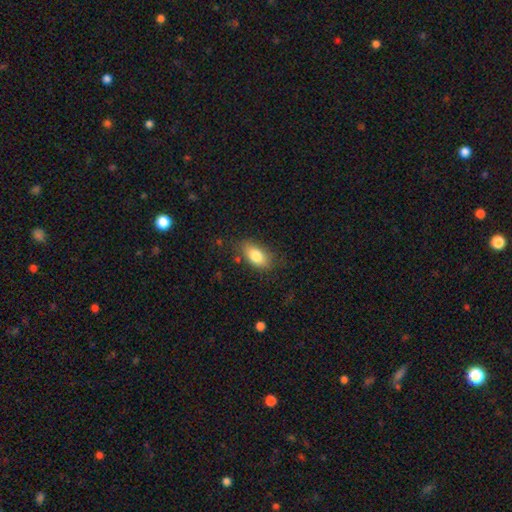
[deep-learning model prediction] Smooth or featured? Predicted: smooth (p=0.81). How rounded? Predicted: in between (p=0.89). Merging? Predicted: none (p=0.76).